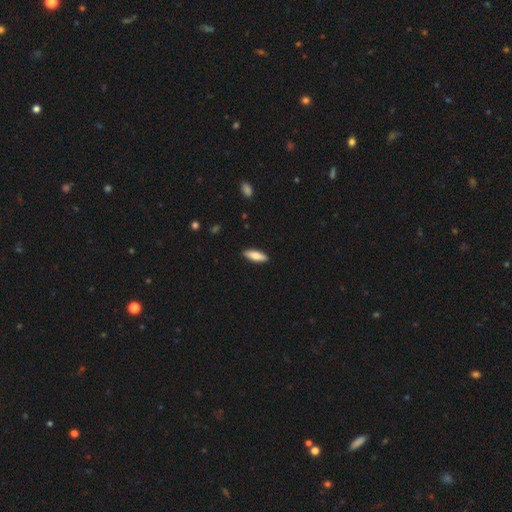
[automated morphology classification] Smooth or featured?
  - smooth: 77% *
  - featured or disk: 18%
  - star or artifact: 6%
How rounded?
  - in between: 54% *
  - cigar-shaped: 44%
  - round: 2%
Merging?
  - none: 90% *
  - minor disturbance: 8%
  - major disturbance: 2%
  - merger: 1%